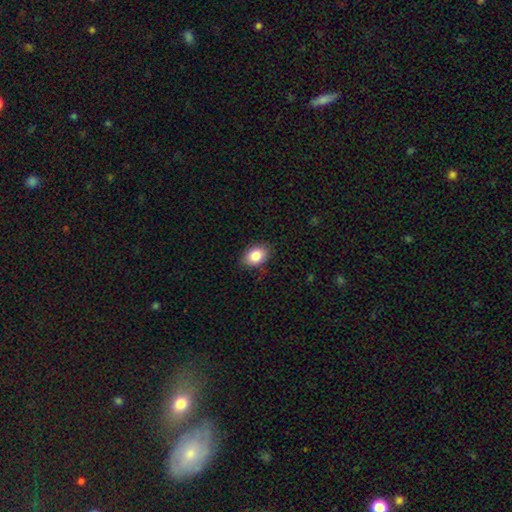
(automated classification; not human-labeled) Q: Smooth or featured?
A: smooth (84%); runner-up: star or artifact (8%)
Q: How rounded?
A: in between (79%); runner-up: round (20%)
Q: Merging?
A: none (84%); runner-up: minor disturbance (13%)